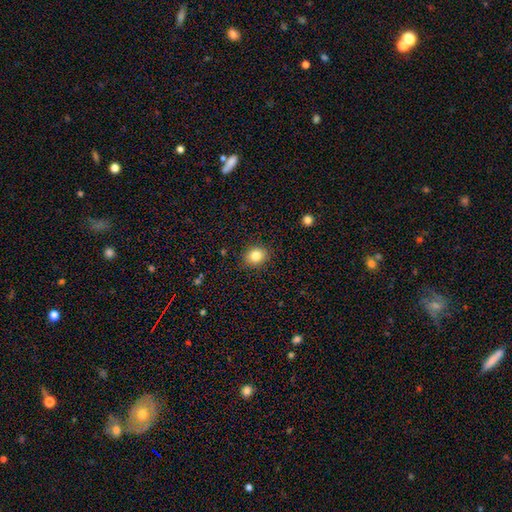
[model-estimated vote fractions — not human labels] smooth_or_featured: smooth (p=0.83) [alt: star or artifact p=0.10]
how_rounded: round (p=0.65) [alt: in between p=0.34]
merging: none (p=0.88) [alt: minor disturbance p=0.08]